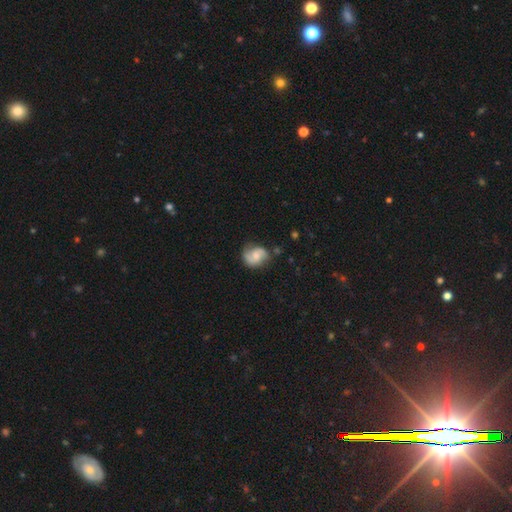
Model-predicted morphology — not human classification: smooth-or-featured: featured or disk: 68% | smooth: 25% | star or artifact: 7%
  disk-edge-on: no: 98% | yes: 2%
    bar: no: 57% | weak: 36% | strong: 7%
    has-spiral-arms: yes: 93% | no: 7%
      spiral-winding: medium: 46% | loose: 32% | tight: 22%
      spiral-arm-count: 2: 85% | can't tell: 6% | 1: 5% | 3: 1% | 4: 1% | more than 4: 1%
    bulge-size: moderate: 49% | small: 41% | none: 5% | large: 3% | dominant: 1%
  merging: none: 71% | minor disturbance: 20% | major disturbance: 6% | merger: 2%